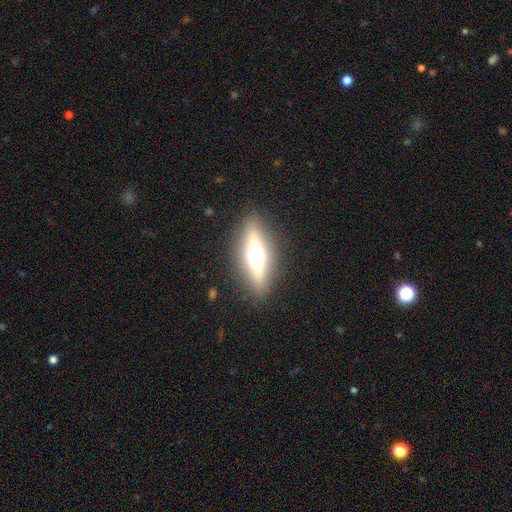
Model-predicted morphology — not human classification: The model was most divided on "smooth or featured": featured or disk: 57%, smooth: 32%, star or artifact: 11%. More confident: edge-on disk — yes (87%); merging — none (87%).